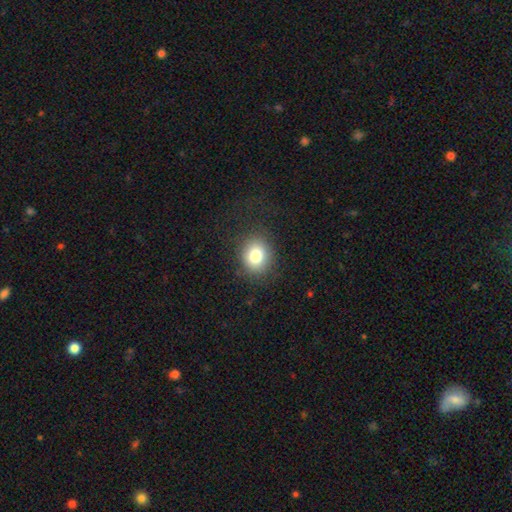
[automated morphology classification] This appears to be a smooth galaxy with no disk features (81%) that is round (65%). Merging: none (84%).